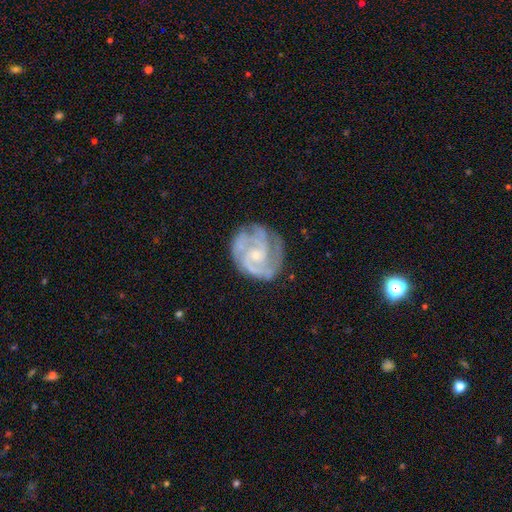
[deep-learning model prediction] Smooth or featured? Predicted: featured or disk (p=0.87). Edge-on disk? Predicted: no (p=0.98). Bar? Predicted: no (p=0.69). Spiral arms? Predicted: yes (p=0.97). Spiral winding? Predicted: tight (p=0.57). Spiral arm count? Predicted: 3 (p=0.37). Bulge size? Predicted: small (p=0.64). Merging? Predicted: none (p=0.69).